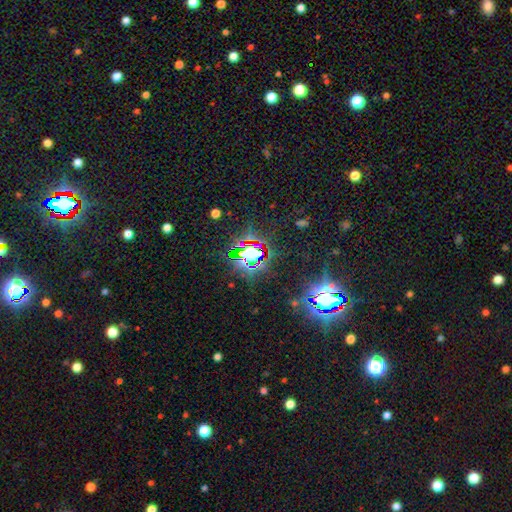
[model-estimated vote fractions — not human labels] Morphology: type=star or artifact (78%).